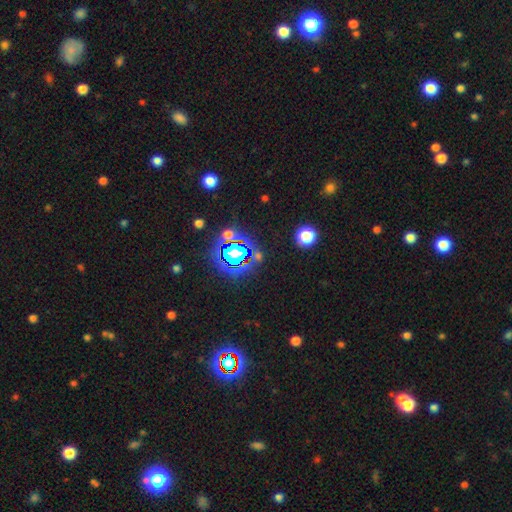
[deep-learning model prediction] Smooth or featured? Predicted: star or artifact (p=0.72).